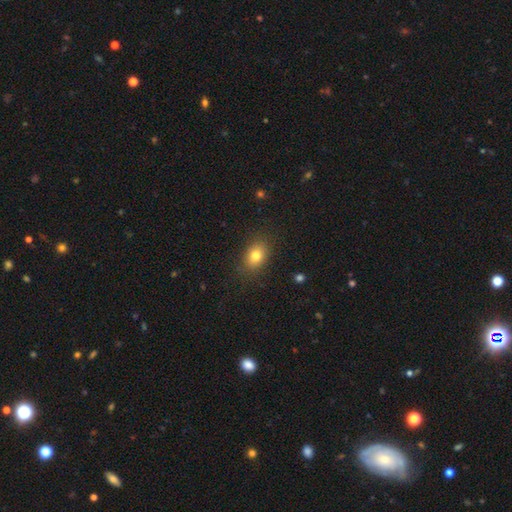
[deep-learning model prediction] This is clearly a smooth galaxy (80%). How rounded: likely in between (71%). Merging: clearly none (85%).